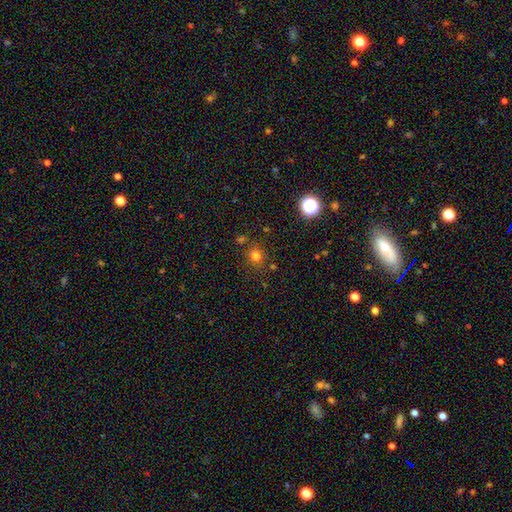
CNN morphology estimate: Overall: smooth (75%). How rounded: round (80%). Merging: none (77%).